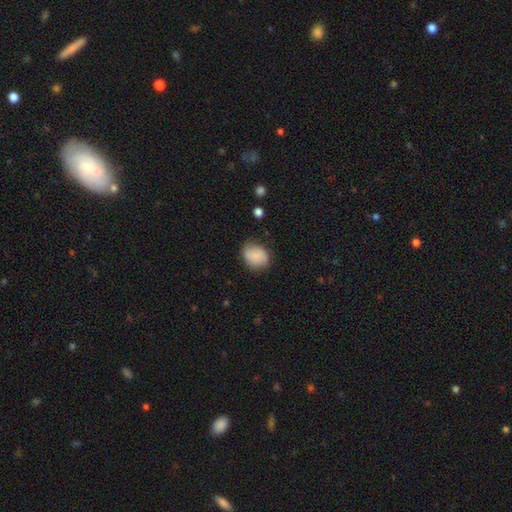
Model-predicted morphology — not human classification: A smooth galaxy with no disk features (81%) that is in between round and cigar-shaped (50%). Merging: none (71%).